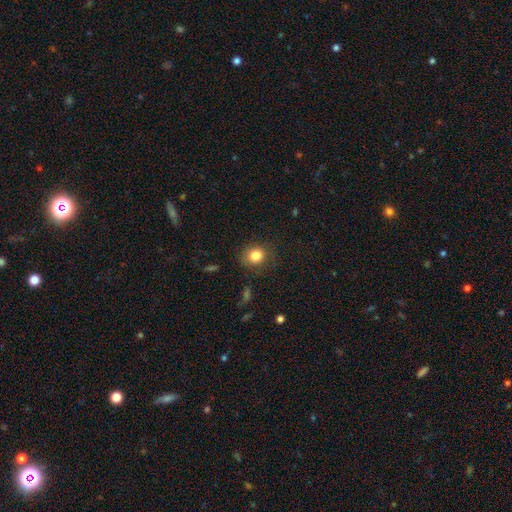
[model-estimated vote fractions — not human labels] Smooth or featured?
  - smooth: 82% *
  - star or artifact: 11%
  - featured or disk: 7%
How rounded?
  - round: 78% *
  - in between: 21%
  - cigar-shaped: 1%
Merging?
  - none: 81% *
  - minor disturbance: 13%
  - major disturbance: 5%
  - merger: 1%